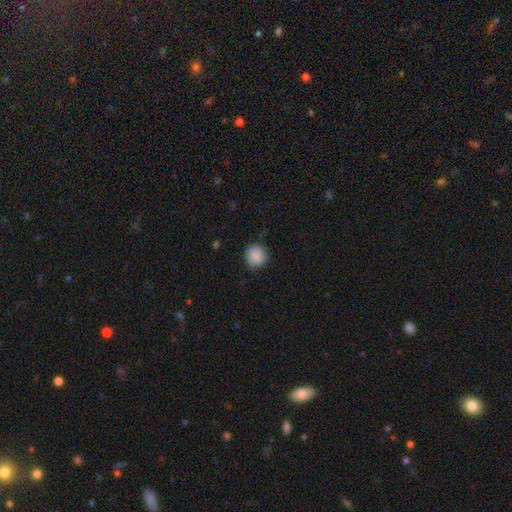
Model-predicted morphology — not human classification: This is clearly a smooth galaxy (88%). How rounded: clearly round (90%). Merging: likely none (79%).